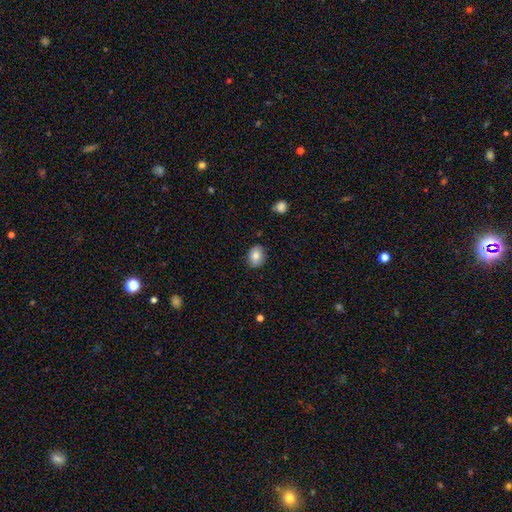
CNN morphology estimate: Overall: smooth (82%). How rounded: in between (63%; round 36%). Merging: none (85%).